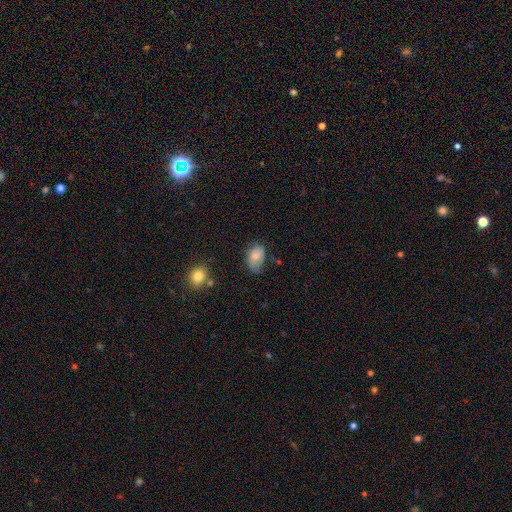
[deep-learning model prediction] The model was most divided on "merging": none: 44%, minor disturbance: 38%, major disturbance: 15%, merger: 2%. More confident: how rounded — in between (84%); smooth or featured — smooth (73%).